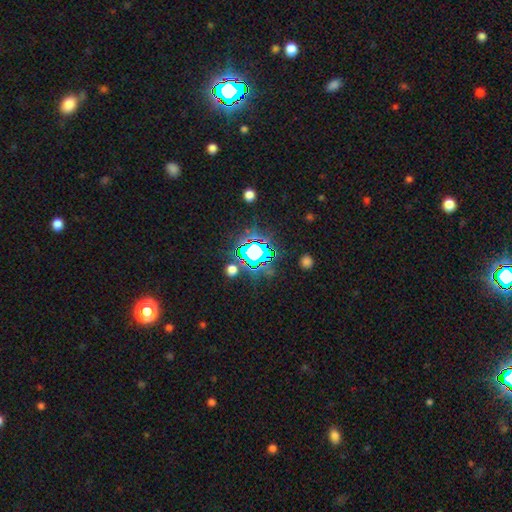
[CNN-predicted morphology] smooth_or_featured: star or artifact (p=0.69) [alt: smooth p=0.19]